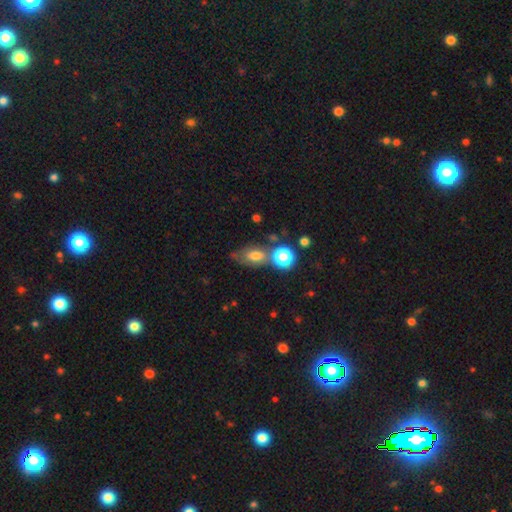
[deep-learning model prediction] A smooth galaxy with no disk features (65%) that is in between round and cigar-shaped (77%). Merging: none (41%).